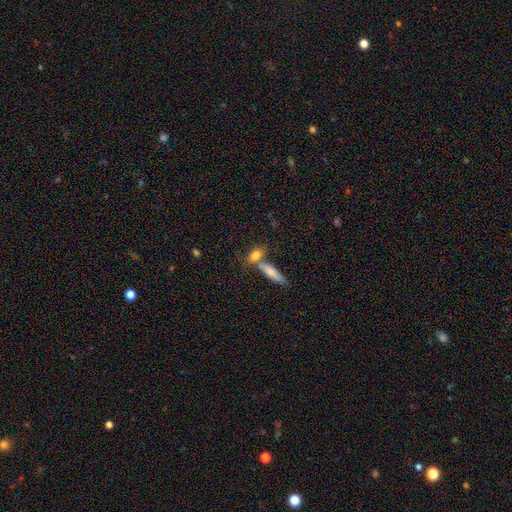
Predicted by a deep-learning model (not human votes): Smooth or featured? smooth (75%)
How rounded? in between (62%)
Merging? none (47%)